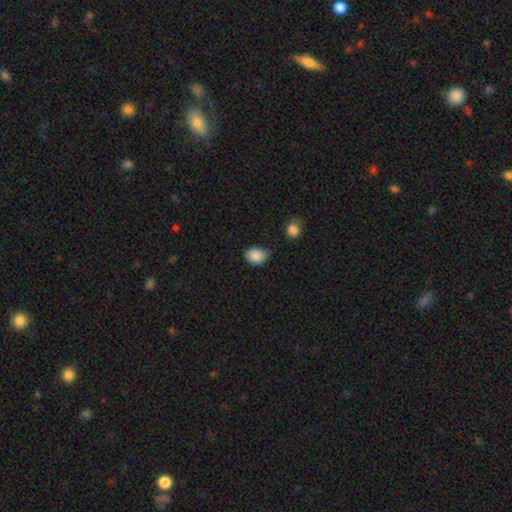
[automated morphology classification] A smooth galaxy with no disk features (88%) that is in between round and cigar-shaped (55%).

Vote fractions:
- Smooth or featured? smooth: 88% / star or artifact: 8% / featured or disk: 4%
- How rounded? in between: 55% / round: 44% / cigar-shaped: 1%
- Merging? none: 56% / minor disturbance: 34% / major disturbance: 6% / merger: 4%